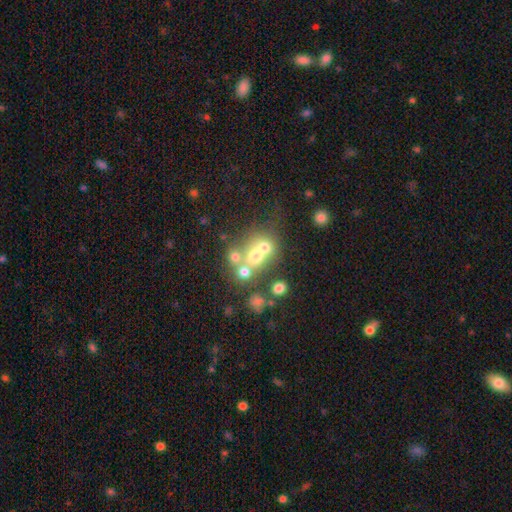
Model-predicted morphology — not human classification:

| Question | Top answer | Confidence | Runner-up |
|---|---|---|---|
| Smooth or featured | smooth | 54% | featured or disk (27%) |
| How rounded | round | 74% | in between (25%) |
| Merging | merger | 48% | none (38%) |